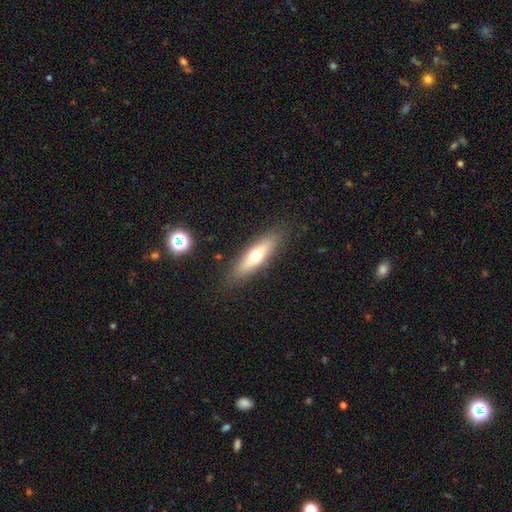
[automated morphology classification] This appears to be a smooth galaxy with no disk features (54%) that is cigar-shaped (67%). Merging: none (86%).